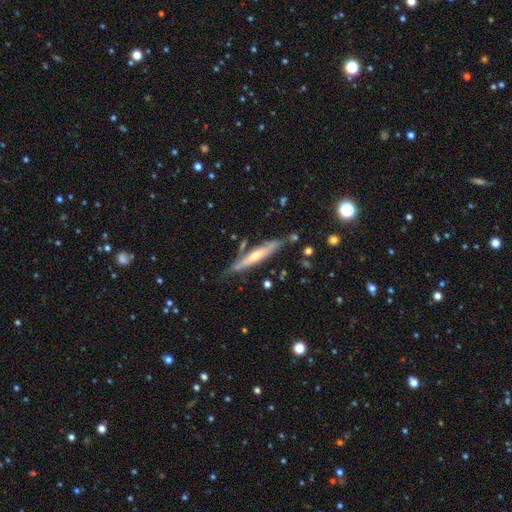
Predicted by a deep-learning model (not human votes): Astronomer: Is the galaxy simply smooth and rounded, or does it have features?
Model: featured or disk — 63%.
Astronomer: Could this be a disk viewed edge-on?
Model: yes — 89%.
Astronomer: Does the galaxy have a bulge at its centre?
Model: rounded — 68%.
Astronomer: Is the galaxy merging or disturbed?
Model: none — 76%.